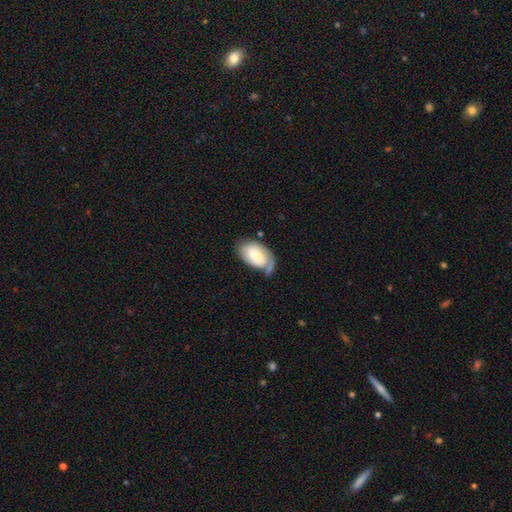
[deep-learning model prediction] Smooth or featured? smooth (64%)
How rounded? in between (94%)
Merging? none (45%)